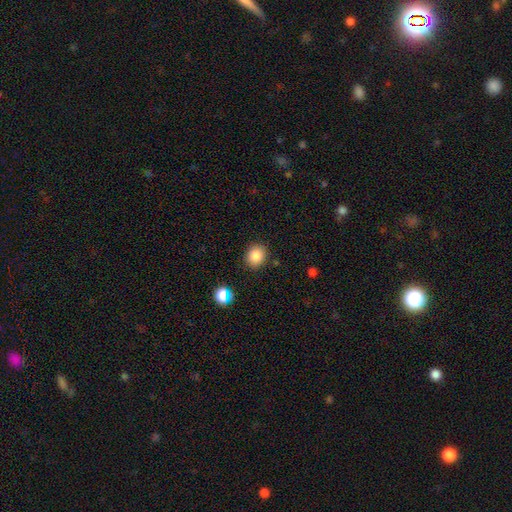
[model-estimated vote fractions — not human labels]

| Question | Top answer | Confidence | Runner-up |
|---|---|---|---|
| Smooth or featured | smooth | 85% | star or artifact (10%) |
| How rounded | round | 65% | in between (34%) |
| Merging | none | 87% | minor disturbance (9%) |